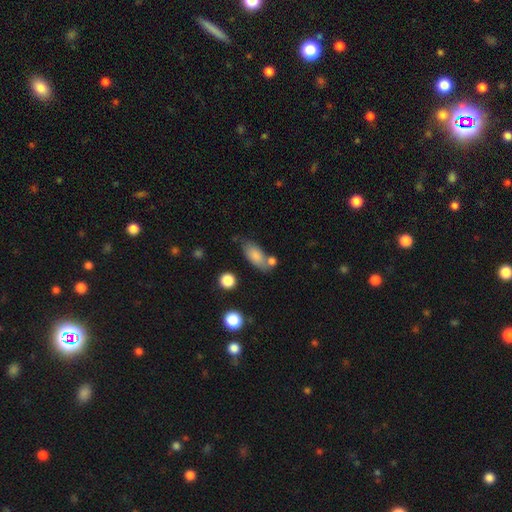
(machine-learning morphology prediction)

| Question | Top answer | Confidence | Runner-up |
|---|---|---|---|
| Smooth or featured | smooth | 81% | featured or disk (11%) |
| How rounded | in between | 85% | cigar-shaped (12%) |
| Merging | none | 57% | merger (19%) |